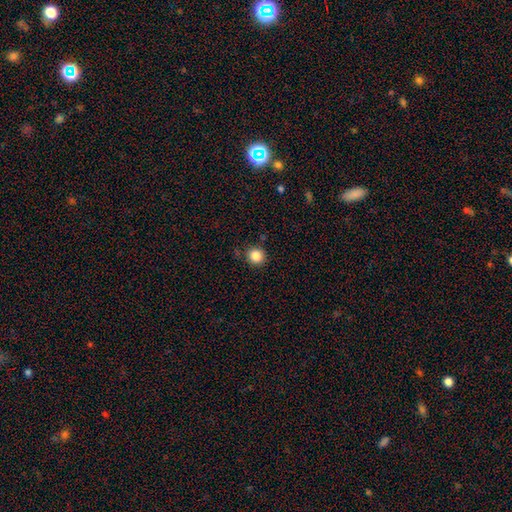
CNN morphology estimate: Overall: smooth (85%). How rounded: round (91%). Merging: none (87%).